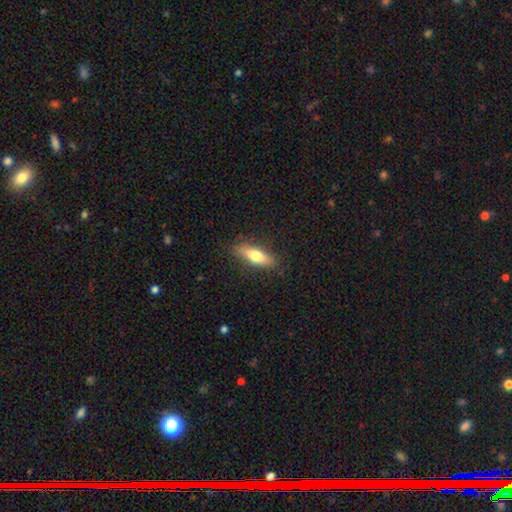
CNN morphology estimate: Overall: smooth (68%). How rounded: in between (49%; cigar-shaped 48%). Merging: none (85%).